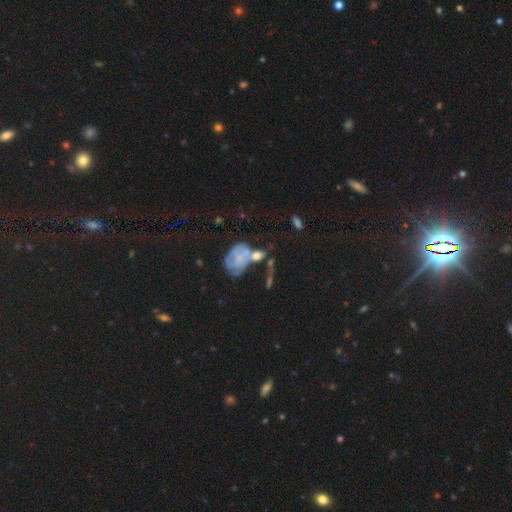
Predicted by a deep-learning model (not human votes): Smooth or featured? Predicted: star or artifact (p=0.62).